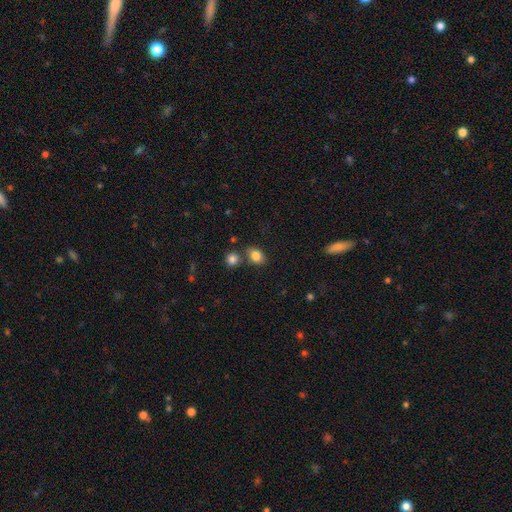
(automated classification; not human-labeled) A smooth galaxy with no disk features (83%) that is in between round and cigar-shaped (68%). Merging: none (68%).